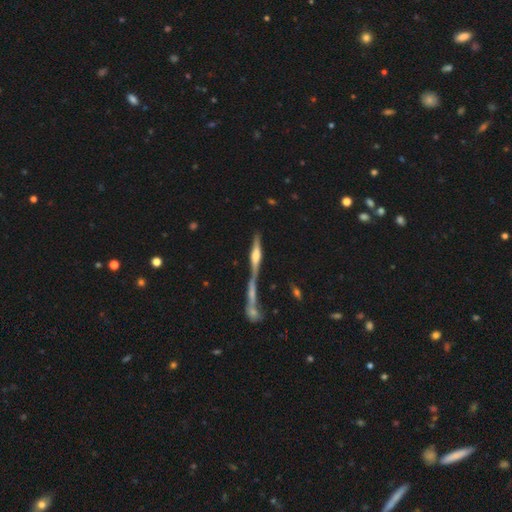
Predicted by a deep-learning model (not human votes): Overall: featured or disk (65%; smooth 27%). Edge-on disk: yes (93%). Edge-on bulge: rounded (76%). Merging: none (51%; merger 34%).